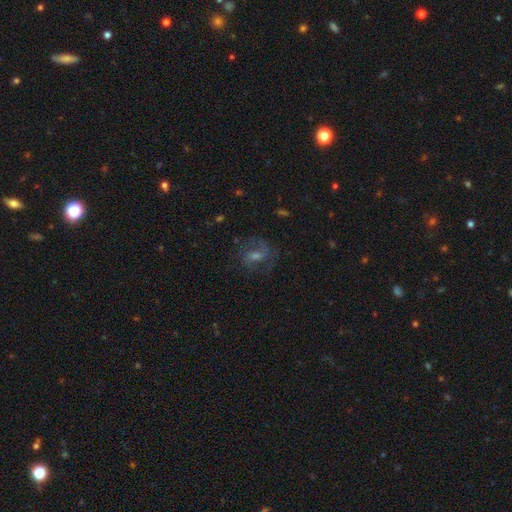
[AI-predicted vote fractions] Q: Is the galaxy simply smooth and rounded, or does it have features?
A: featured or disk — 67%.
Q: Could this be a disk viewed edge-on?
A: no — 97%.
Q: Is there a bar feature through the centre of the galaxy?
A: weak — 52%.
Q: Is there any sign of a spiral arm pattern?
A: yes — 89%.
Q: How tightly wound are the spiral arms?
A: medium — 53%.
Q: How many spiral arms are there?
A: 2 — 74%.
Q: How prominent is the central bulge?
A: moderate — 43%.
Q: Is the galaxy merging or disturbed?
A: none — 70%.